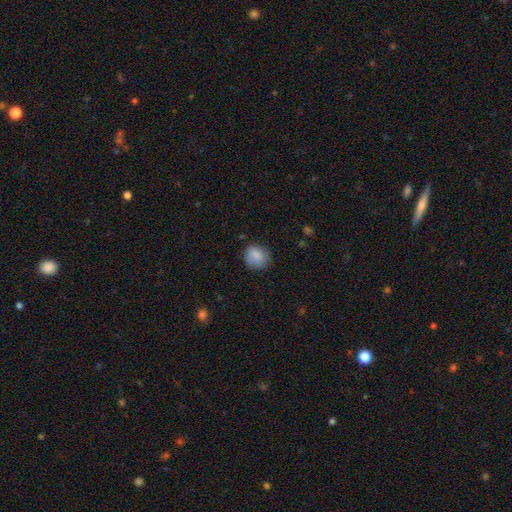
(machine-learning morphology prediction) Smooth or featured: smooth — 85% (star or artifact — 8%)
How rounded: round — 81% (in between — 18%)
Merging: none — 79% (minor disturbance — 16%)